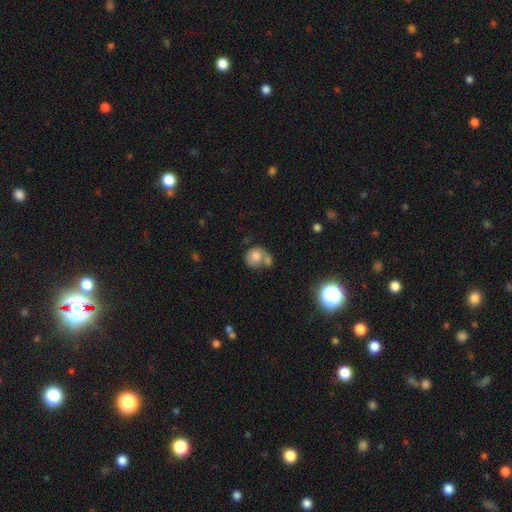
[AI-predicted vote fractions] Smooth or featured: smooth — 69% (featured or disk — 22%)
How rounded: round — 76% (in between — 23%)
Merging: merger — 51% (none — 30%)